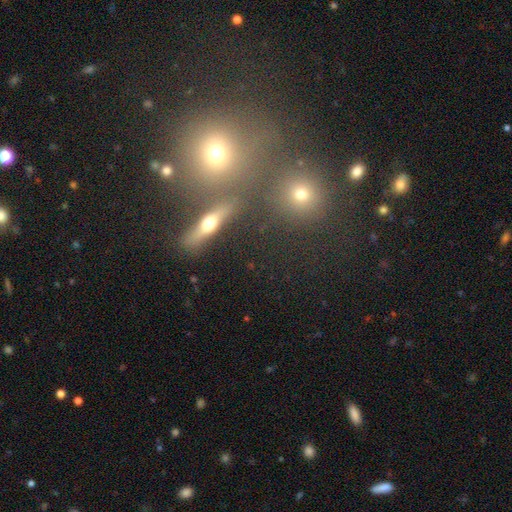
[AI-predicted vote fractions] Morphology: type=smooth (39%); merging=none (71%).